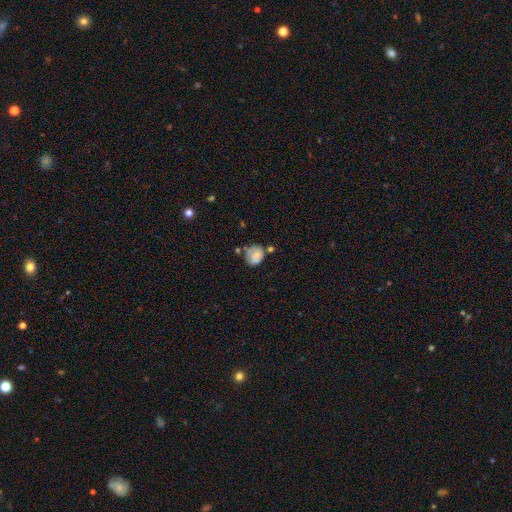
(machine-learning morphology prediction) smooth 63%, featured or disk 29%, star or artifact 9%. Down the decision tree: how rounded — round (67%); merging — none (50%).